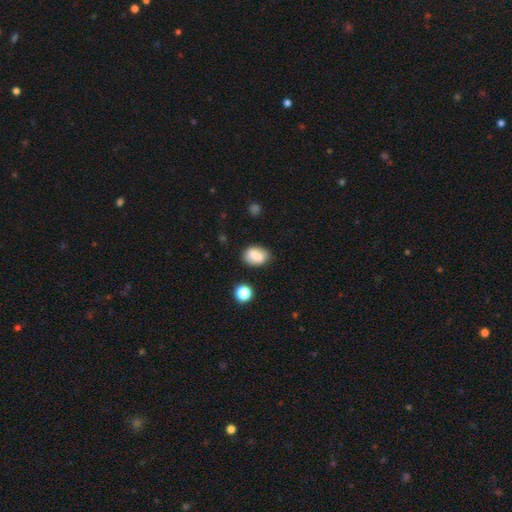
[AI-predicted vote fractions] Smooth or featured? Predicted: smooth (p=0.76). How rounded? Predicted: in between (p=0.71). Merging? Predicted: none (p=0.76).